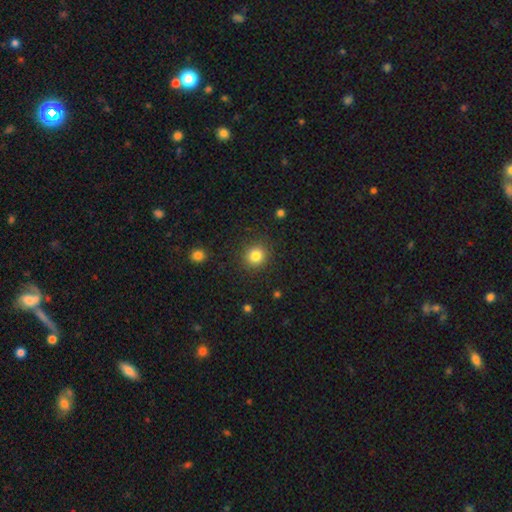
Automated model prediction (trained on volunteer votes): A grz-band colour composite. It shows a smooth galaxy with no disk features (83%) that is round (87%). Merging: none (89%).